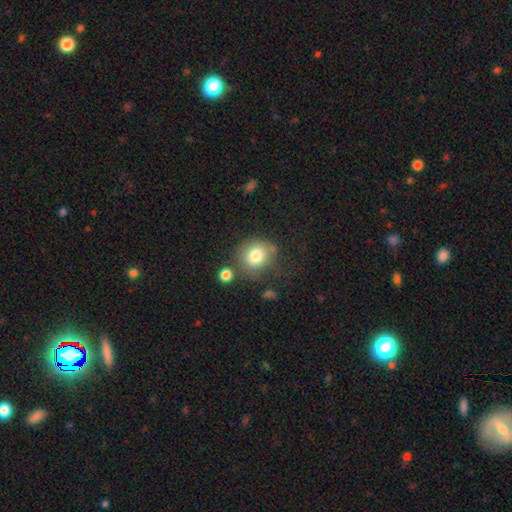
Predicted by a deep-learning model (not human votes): Morphology: type=smooth (79%); roundness=round (78%); merging=none (67%).